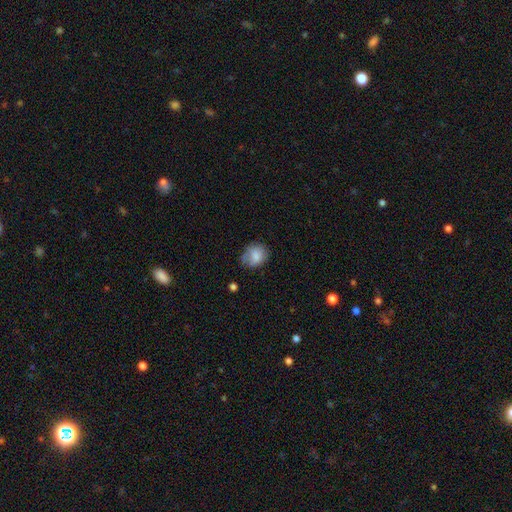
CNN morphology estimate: smooth_or_featured: smooth (p=0.78) [alt: featured or disk p=0.14]
how_rounded: round (p=0.53) [alt: in between p=0.46]
merging: none (p=0.56) [alt: minor disturbance p=0.31]